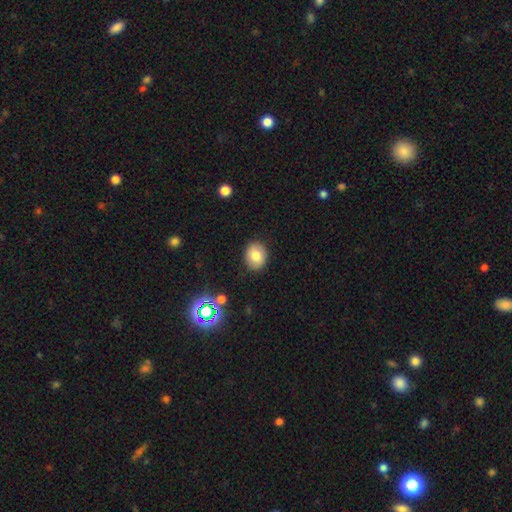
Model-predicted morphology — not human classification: This appears to be a smooth galaxy with no disk features (79%) that is round (53%). Merging: none (87%).